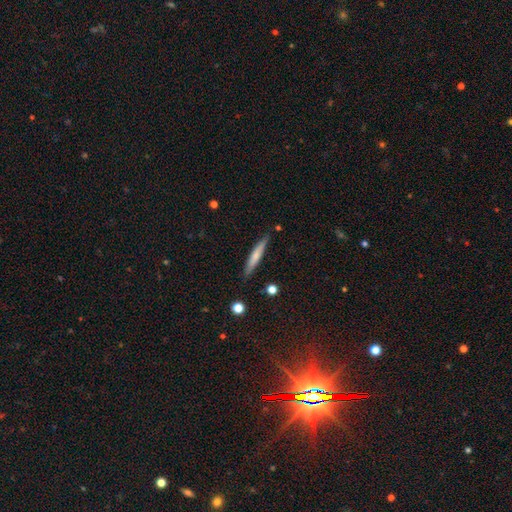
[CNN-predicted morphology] This appears to be a smooth galaxy with no disk features (63%) that is cigar-shaped (94%). Merging: none (85%).